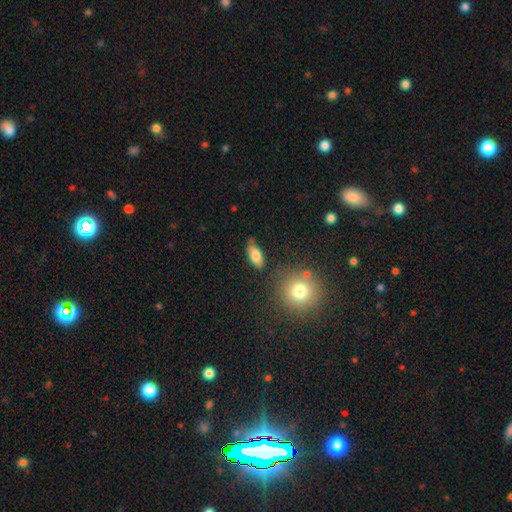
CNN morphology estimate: smooth-or-featured: smooth: 78% | featured or disk: 14% | star or artifact: 8%
  how-rounded: in between: 86% | cigar-shaped: 9% | round: 4%
  merging: none: 77% | minor disturbance: 16% | merger: 4% | major disturbance: 4%